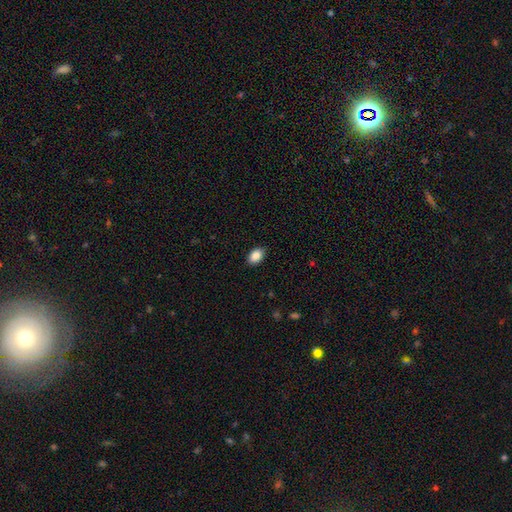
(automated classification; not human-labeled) smooth-or-featured: smooth: 89% | star or artifact: 8% | featured or disk: 4%
  how-rounded: in between: 86% | round: 13% | cigar-shaped: 1%
  merging: none: 87% | minor disturbance: 10% | major disturbance: 2% | merger: 1%